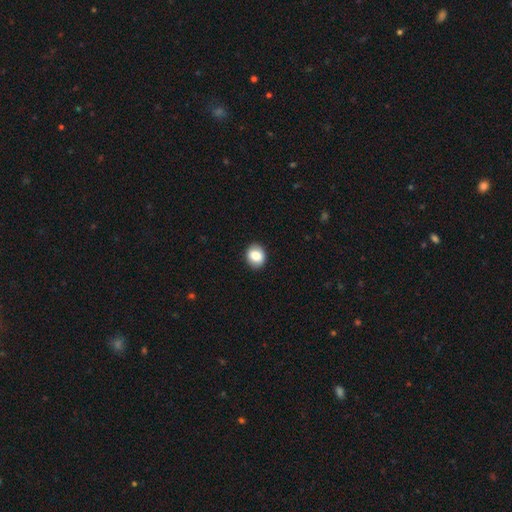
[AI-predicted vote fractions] Smooth or featured?
  - smooth: 83% *
  - featured or disk: 9%
  - star or artifact: 8%
How rounded?
  - round: 58% *
  - in between: 41%
  - cigar-shaped: 1%
Merging?
  - none: 89% *
  - minor disturbance: 8%
  - major disturbance: 2%
  - merger: 1%